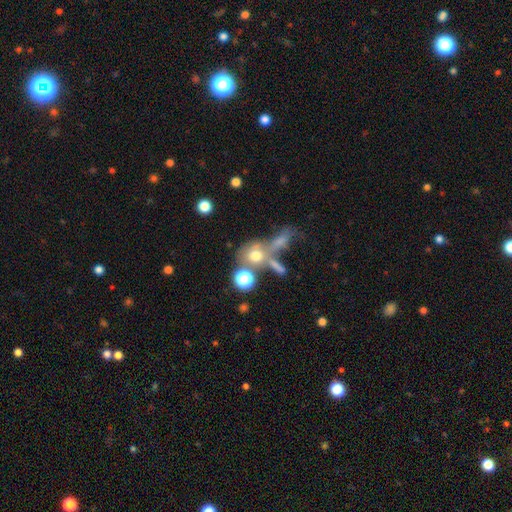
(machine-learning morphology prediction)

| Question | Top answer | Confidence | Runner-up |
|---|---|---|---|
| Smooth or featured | smooth | 60% | featured or disk (24%) |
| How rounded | round | 60% | in between (35%) |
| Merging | merger | 41% | none (35%) |